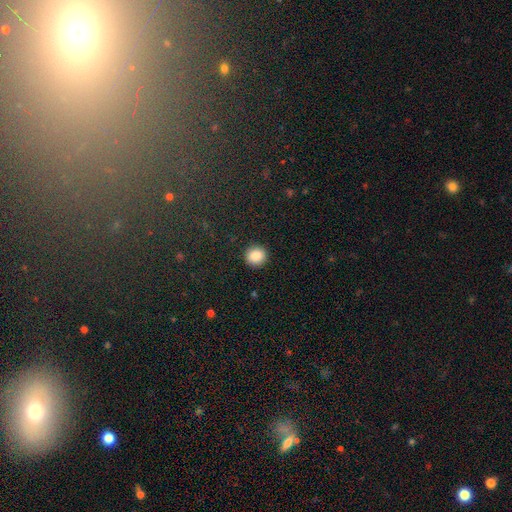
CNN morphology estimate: type=smooth (86%); roundness=round (91%); merging=none (92%).